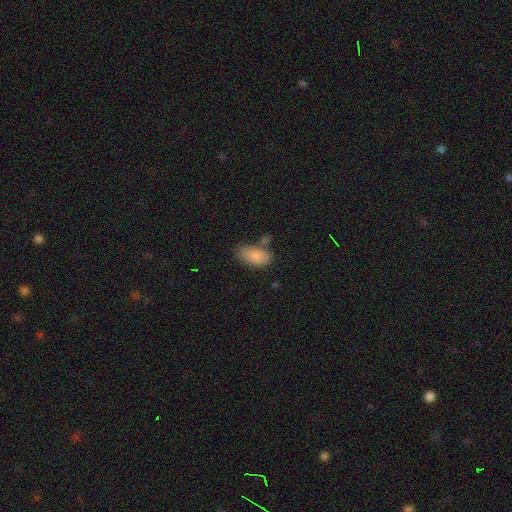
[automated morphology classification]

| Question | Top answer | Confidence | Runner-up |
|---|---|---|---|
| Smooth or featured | smooth | 86% | star or artifact (7%) |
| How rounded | in between | 93% | cigar-shaped (4%) |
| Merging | none | 58% | minor disturbance (22%) |